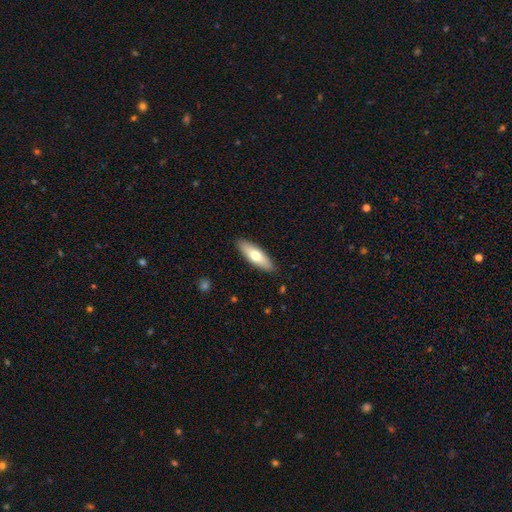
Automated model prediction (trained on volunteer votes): Smooth or featured? Predicted: smooth (p=0.66). How rounded? Predicted: in between (p=0.56). Merging? Predicted: none (p=0.89).